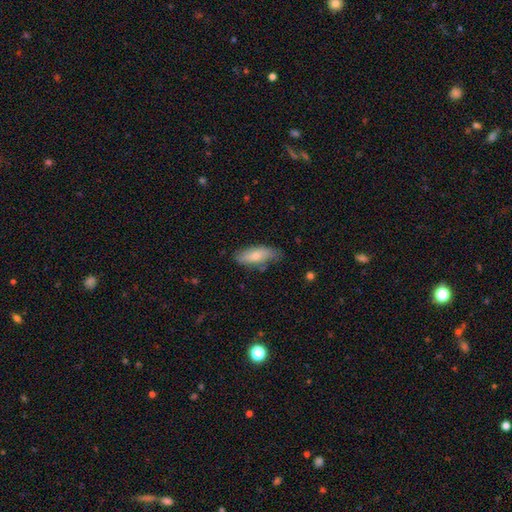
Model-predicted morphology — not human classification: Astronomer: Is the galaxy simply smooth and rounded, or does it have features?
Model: smooth — 71%.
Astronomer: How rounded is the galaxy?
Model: in between — 76%.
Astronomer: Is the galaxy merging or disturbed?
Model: none — 63%.